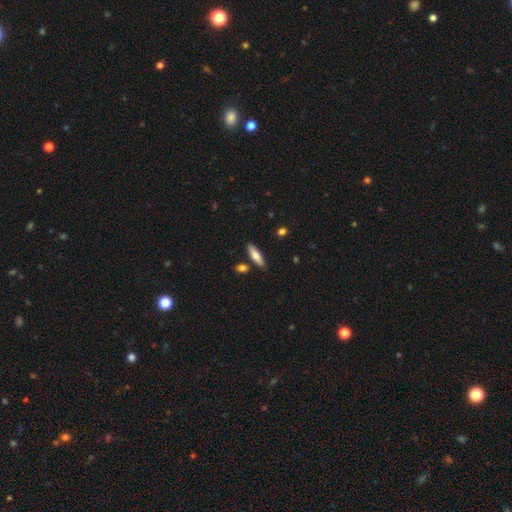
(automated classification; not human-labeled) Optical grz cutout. It shows a smooth galaxy with no disk features (78%) that is cigar-shaped (60%). Merging: none (82%).